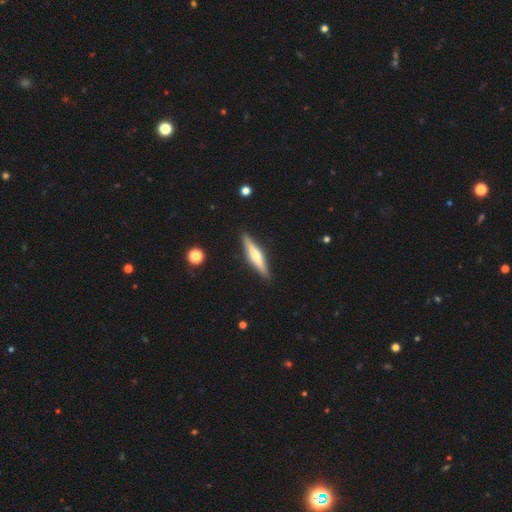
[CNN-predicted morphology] Q: Smooth or featured?
A: featured or disk (55%); runner-up: smooth (39%)
Q: Edge-on disk?
A: yes (96%); runner-up: no (4%)
Q: Edge-on bulge?
A: rounded (73%); runner-up: none (15%)
Q: Merging?
A: none (90%); runner-up: minor disturbance (7%)